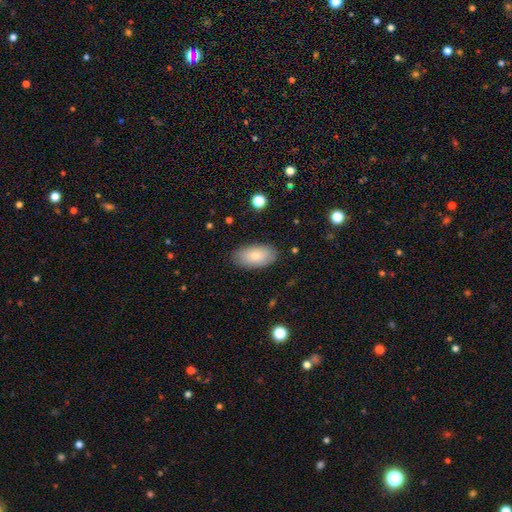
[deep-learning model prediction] A smooth galaxy with no disk features (81%) that is in between round and cigar-shaped (95%). Merging: none (85%).